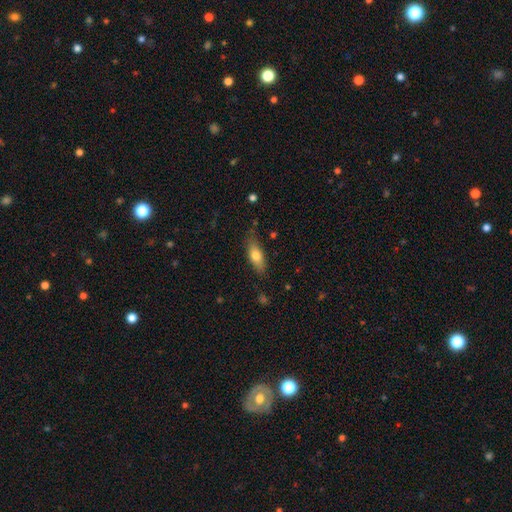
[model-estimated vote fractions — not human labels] A smooth galaxy with no disk features (73%) that is in between round and cigar-shaped (67%). Merging: none (78%).